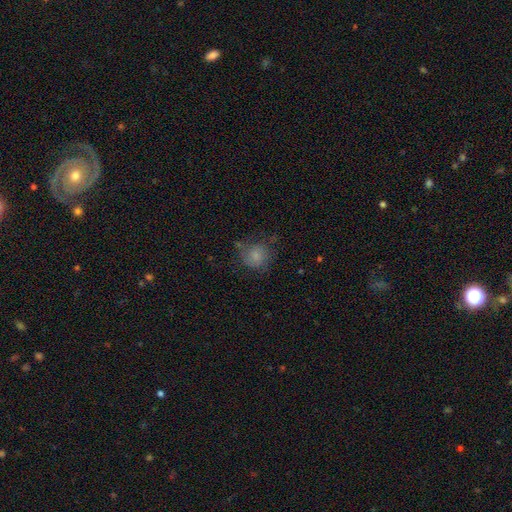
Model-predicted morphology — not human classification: Smooth or featured? smooth (74%)
How rounded? round (82%)
Merging? none (56%)